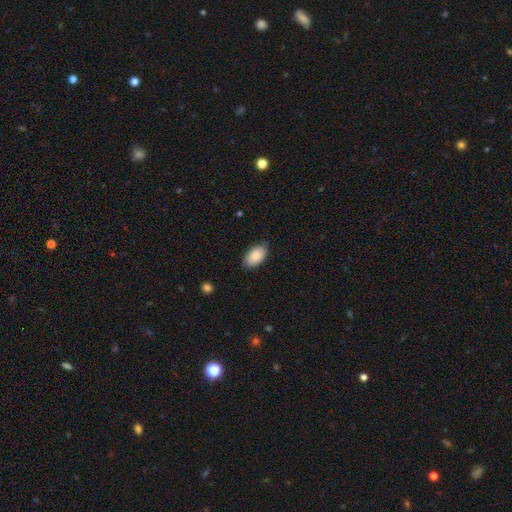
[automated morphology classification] This is clearly a smooth galaxy (86%). How rounded: clearly in between (94%). Merging: clearly none (83%).